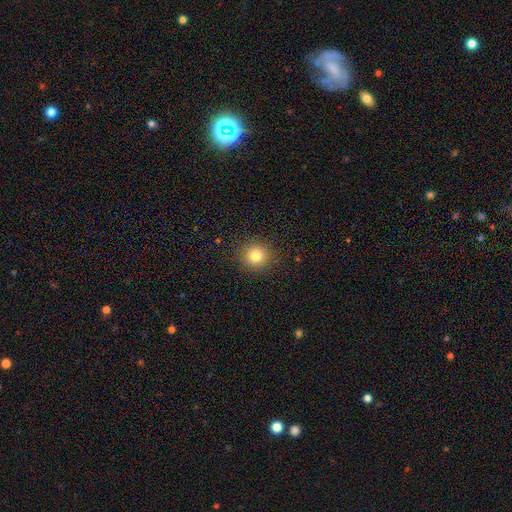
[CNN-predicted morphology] smooth_or_featured: smooth (p=0.81) [alt: star or artifact p=0.13]
how_rounded: round (p=0.93) [alt: in between p=0.06]
merging: none (p=0.91) [alt: minor disturbance p=0.06]